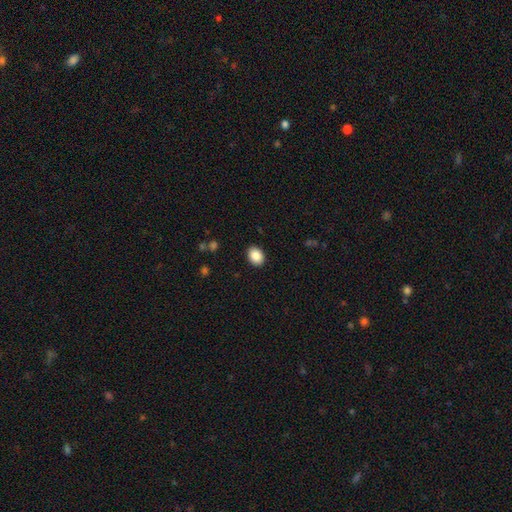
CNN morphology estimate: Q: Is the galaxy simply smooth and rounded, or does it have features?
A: smooth — 88%.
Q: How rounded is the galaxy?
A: in between — 62%.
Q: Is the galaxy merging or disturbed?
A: none — 90%.